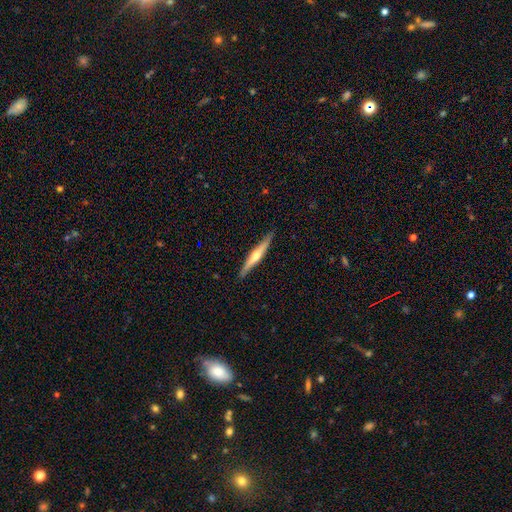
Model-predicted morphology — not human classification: type=featured or disk (66%); edge-on=yes (97%); edge-on bulge=rounded (87%); merging=none (90%).